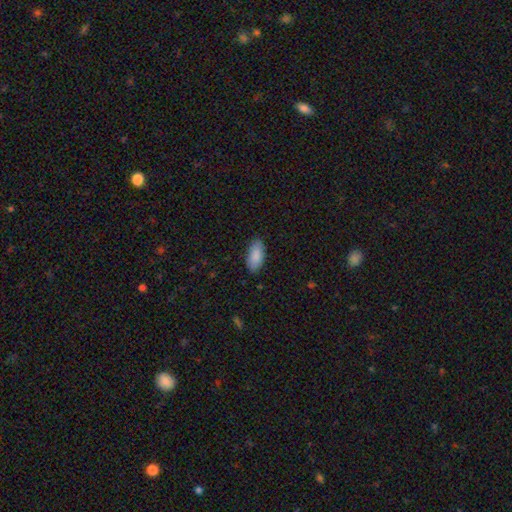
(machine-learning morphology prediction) A smooth galaxy with no disk features (88%) that is in between round and cigar-shaped (92%). Merging: none (85%).